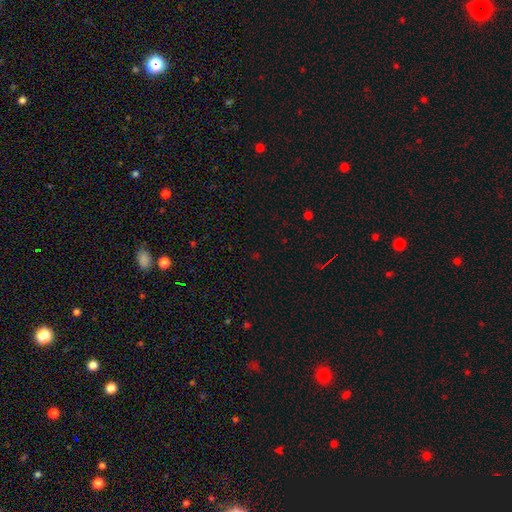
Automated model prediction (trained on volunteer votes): Morphology: type=star or artifact (67%).